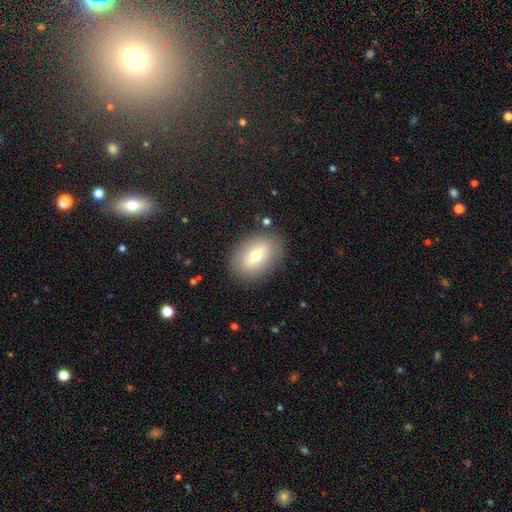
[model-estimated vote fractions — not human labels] Smooth or featured? smooth (62%)
How rounded? in between (81%)
Merging? none (85%)